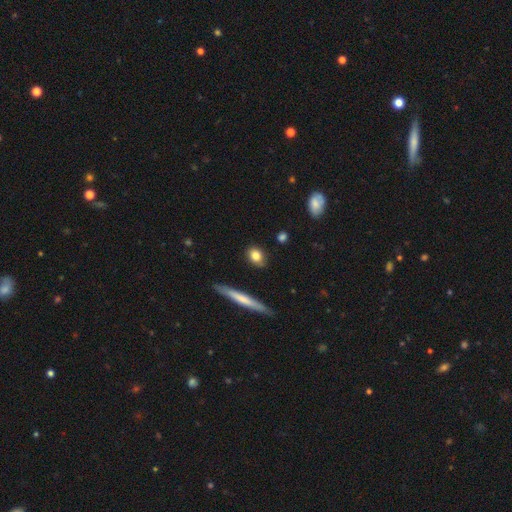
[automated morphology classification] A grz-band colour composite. It shows a smooth galaxy with no disk features (81%) that is in between round and cigar-shaped (47%). Merging: none (84%).